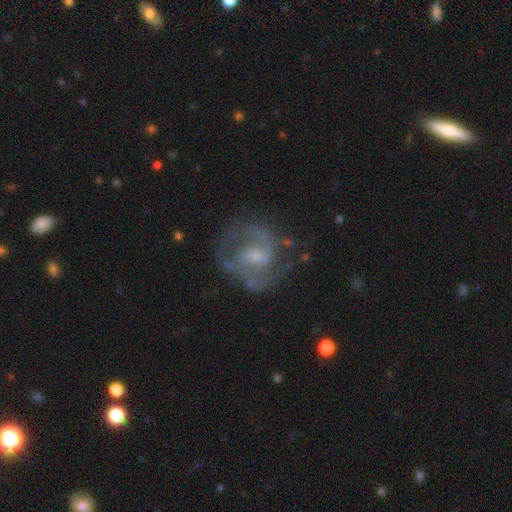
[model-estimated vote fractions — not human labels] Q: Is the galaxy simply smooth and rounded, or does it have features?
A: featured or disk — 86%.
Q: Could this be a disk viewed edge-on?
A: no — 98%.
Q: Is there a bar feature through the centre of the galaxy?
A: weak — 52%.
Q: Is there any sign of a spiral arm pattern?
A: yes — 95%.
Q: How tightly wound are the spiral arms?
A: medium — 57%.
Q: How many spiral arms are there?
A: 2 — 80%.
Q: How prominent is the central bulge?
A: small — 52%.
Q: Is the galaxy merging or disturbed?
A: none — 71%.